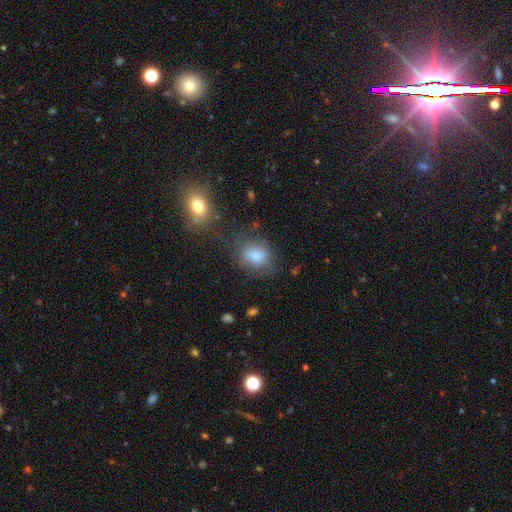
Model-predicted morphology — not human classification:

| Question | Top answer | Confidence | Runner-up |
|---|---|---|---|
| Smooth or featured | smooth | 79% | featured or disk (11%) |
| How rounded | in between | 57% | round (42%) |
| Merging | none | 59% | minor disturbance (23%) |